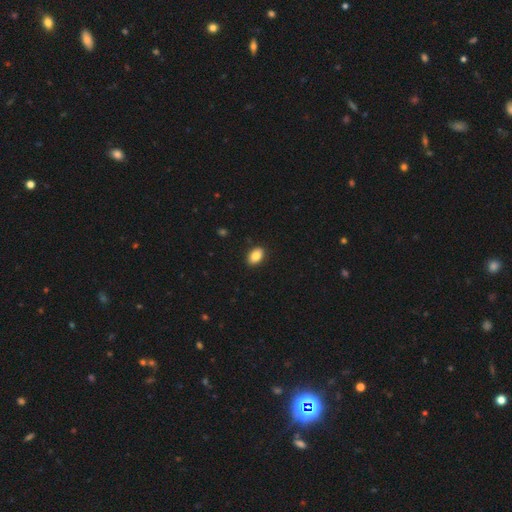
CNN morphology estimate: Smooth or featured?
  - smooth: 85% *
  - star or artifact: 8%
  - featured or disk: 7%
How rounded?
  - in between: 88% *
  - round: 10%
  - cigar-shaped: 1%
Merging?
  - none: 90% *
  - minor disturbance: 7%
  - major disturbance: 2%
  - merger: 1%